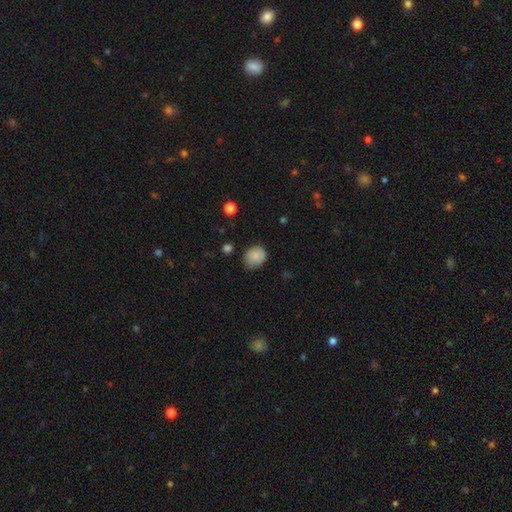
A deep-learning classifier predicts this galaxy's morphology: Smooth or featured: smooth — 81% (featured or disk — 10%)
How rounded: round — 64% (in between — 35%)
Merging: none — 71% (minor disturbance — 24%)